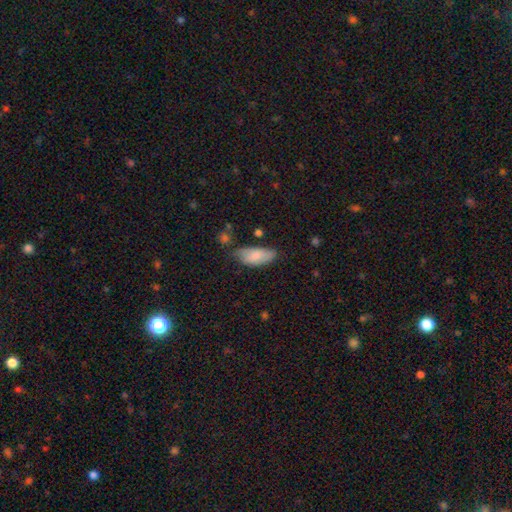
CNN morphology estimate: Q: Smooth or featured?
A: smooth (78%); runner-up: featured or disk (16%)
Q: How rounded?
A: in between (89%); runner-up: cigar-shaped (9%)
Q: Merging?
A: none (58%); runner-up: minor disturbance (31%)